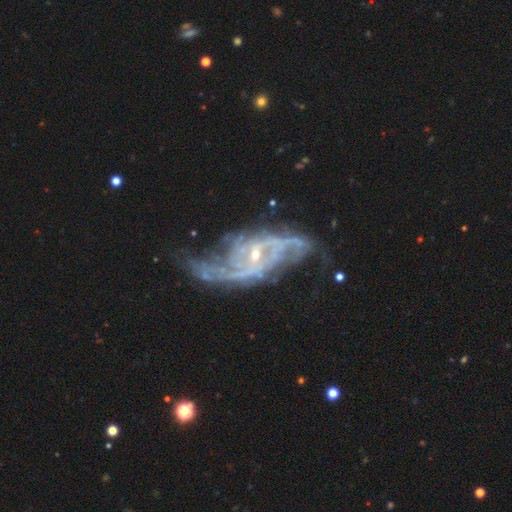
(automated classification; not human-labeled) This is clearly a featured or disk galaxy (89%). It is clearly not viewed edge-on (94%). Bar: marginally no (42%). Spiral arm pattern: clearly yes (95%). Spiral arm count: possibly 2 (54%). Spiral winding: marginally loose (44%). Central bulge: likely small (77%). Merging: possibly none (52%).